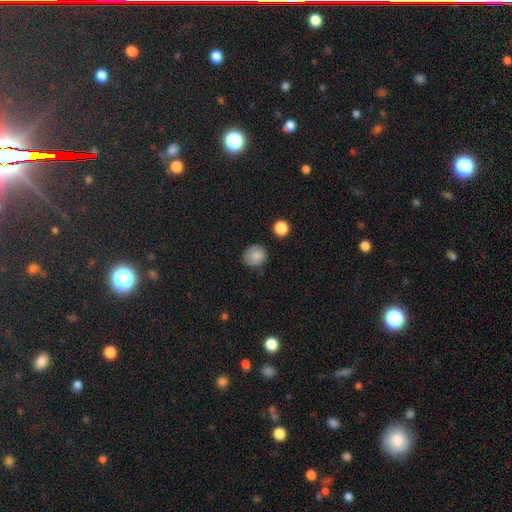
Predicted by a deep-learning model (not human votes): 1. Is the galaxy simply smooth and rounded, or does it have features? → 85% smooth, 9% star or artifact, 6% featured or disk.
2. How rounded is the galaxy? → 79% round, 20% in between, 1% cigar-shaped.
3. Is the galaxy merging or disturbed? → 76% none, 18% minor disturbance, 4% major disturbance, 2% merger.